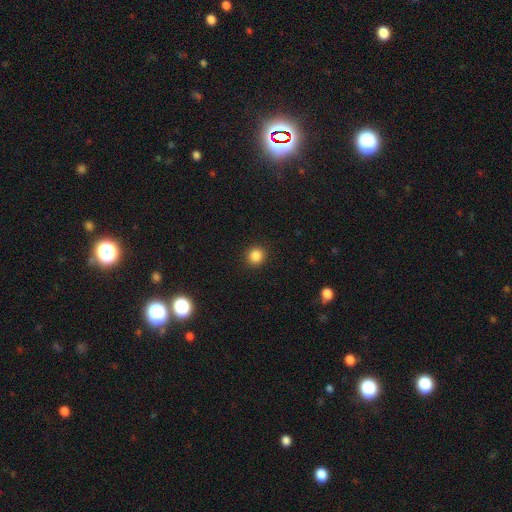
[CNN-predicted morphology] type=smooth (86%); roundness=round (90%); merging=none (92%).